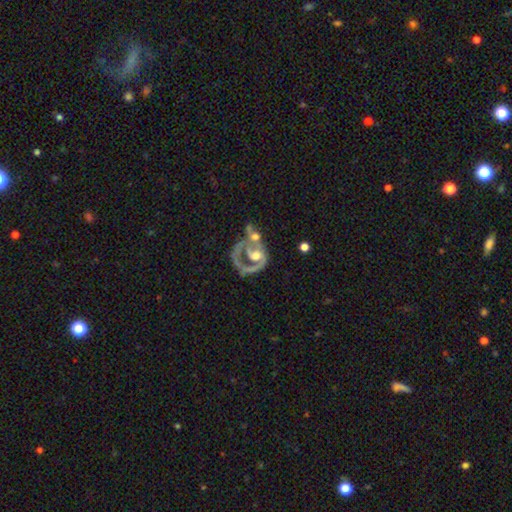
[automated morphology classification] smooth-or-featured: featured or disk: 77% | smooth: 16% | star or artifact: 7%
  disk-edge-on: no: 98% | yes: 2%
    bar: no: 70% | weak: 23% | strong: 7%
    has-spiral-arms: yes: 65% | no: 35%
    bulge-size: moderate: 59% | small: 17% | large: 13% | none: 9% | dominant: 2%
  merging: merger: 35% | major disturbance: 30% | none: 22% | minor disturbance: 13%